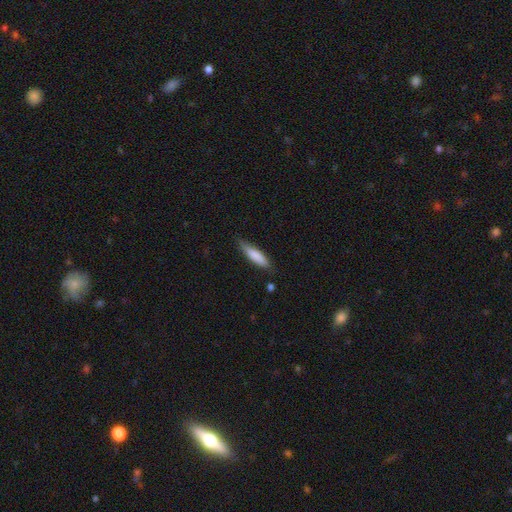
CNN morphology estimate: type=smooth (81%); roundness=cigar-shaped (70%); merging=none (74%).